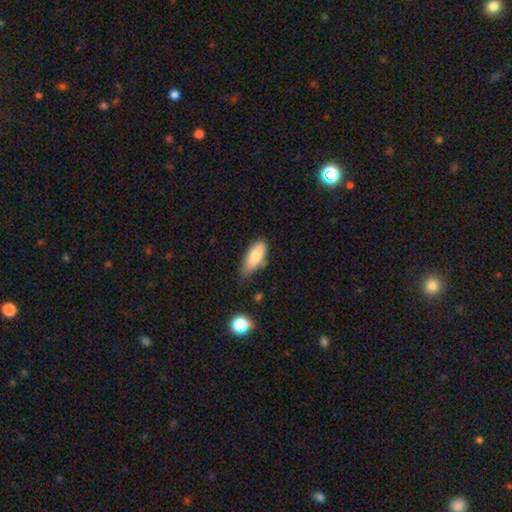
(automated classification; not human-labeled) Smooth or featured?
  - smooth: 80% *
  - featured or disk: 13%
  - star or artifact: 7%
How rounded?
  - in between: 82% *
  - cigar-shaped: 16%
  - round: 2%
Merging?
  - none: 60% *
  - minor disturbance: 31%
  - major disturbance: 5%
  - merger: 4%